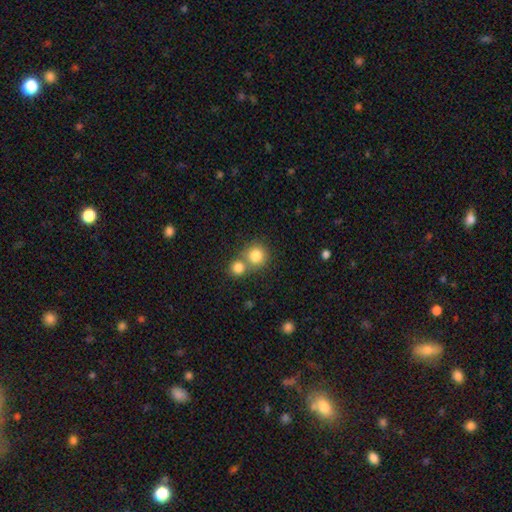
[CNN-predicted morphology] smooth-or-featured: smooth: 81% | star or artifact: 10% | featured or disk: 8%
  how-rounded: round: 89% | in between: 10% | cigar-shaped: 1%
  merging: none: 51% | merger: 40% | minor disturbance: 6% | major disturbance: 3%